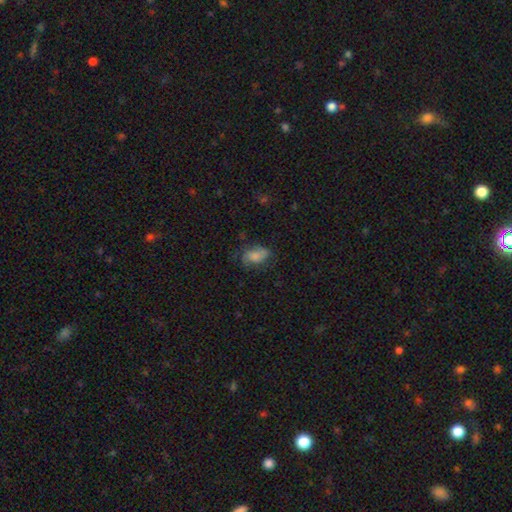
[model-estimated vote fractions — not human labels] A smooth galaxy with no disk features (54%) that is in between round and cigar-shaped (86%). Merging: none (53%).